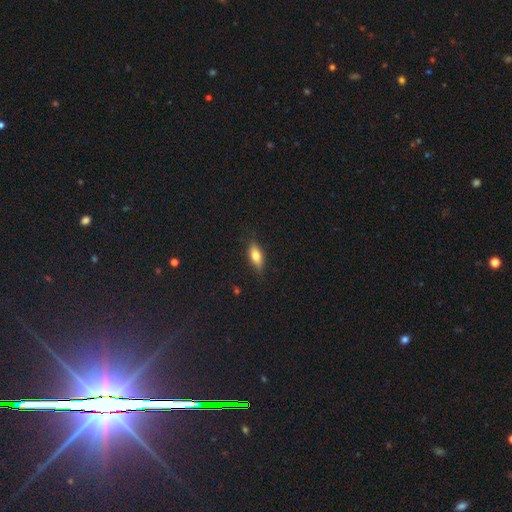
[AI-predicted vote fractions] Smooth or featured: smooth — 73% (featured or disk — 19%)
How rounded: in between — 79% (cigar-shaped — 17%)
Merging: none — 82% (minor disturbance — 14%)